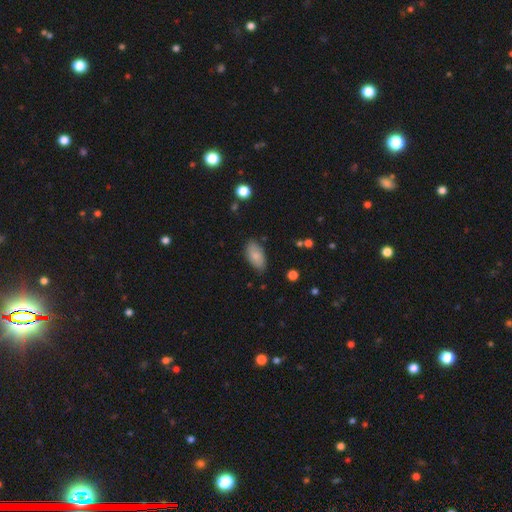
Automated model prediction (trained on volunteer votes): This is likely a smooth galaxy (79%). How rounded: clearly in between (94%). Merging: likely none (78%).